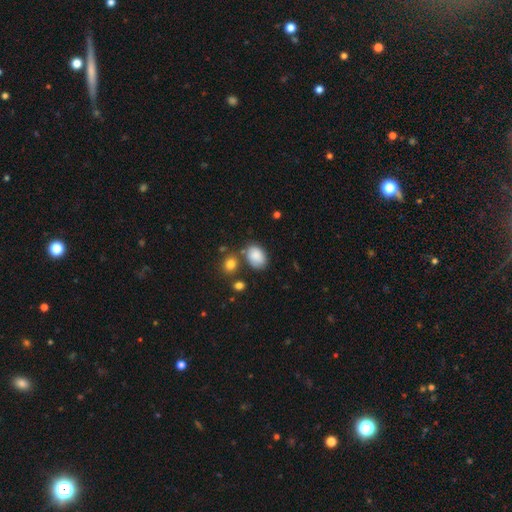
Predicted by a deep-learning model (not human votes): Smooth or featured: smooth — 85% (star or artifact — 8%)
How rounded: in between — 78% (round — 21%)
Merging: none — 62% (minor disturbance — 21%)